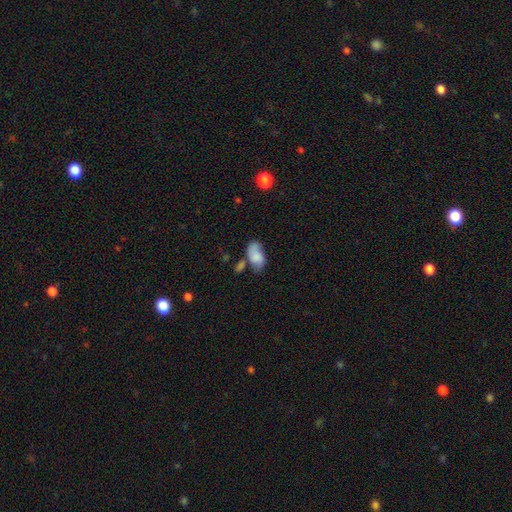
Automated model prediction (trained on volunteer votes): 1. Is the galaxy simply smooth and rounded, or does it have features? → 71% smooth, 21% featured or disk, 8% star or artifact.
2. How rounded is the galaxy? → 93% in between, 5% round, 3% cigar-shaped.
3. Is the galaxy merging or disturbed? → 43% none, 28% minor disturbance, 17% merger, 12% major disturbance.